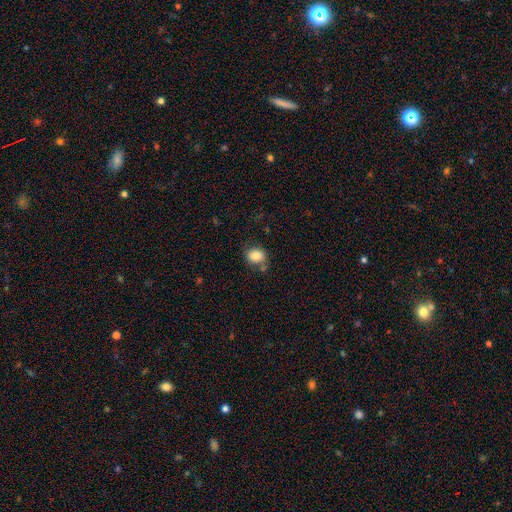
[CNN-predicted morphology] Smooth or featured? smooth (83%)
How rounded? round (56%)
Merging? none (67%)